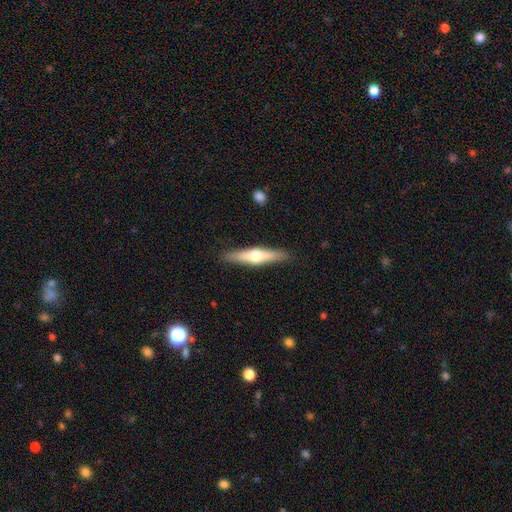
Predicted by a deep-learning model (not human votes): This appears to be a featured or disk galaxy (55%) viewed edge-on (94%) with a rounded central bulge (92%). Merging: none (89%).